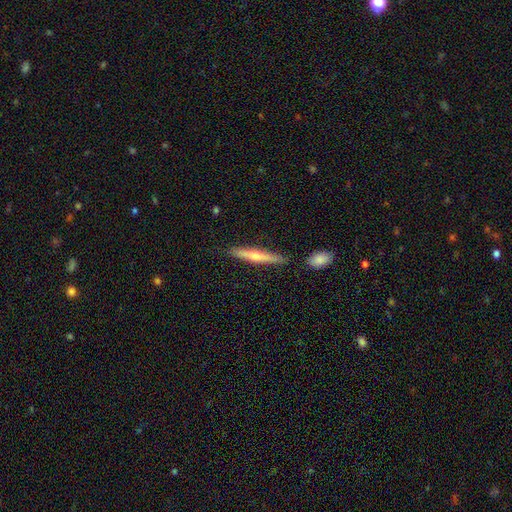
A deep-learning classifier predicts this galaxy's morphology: A smooth galaxy with no disk features (48%). Merging: none (83%).